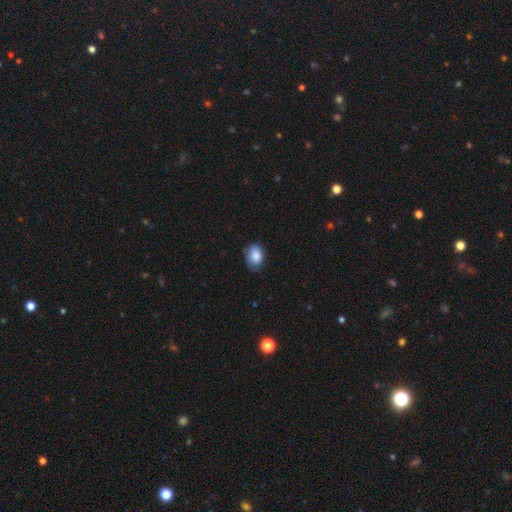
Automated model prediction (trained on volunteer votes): A smooth galaxy with no disk features (84%) that is in between round and cigar-shaped (77%). Merging: none (65%).